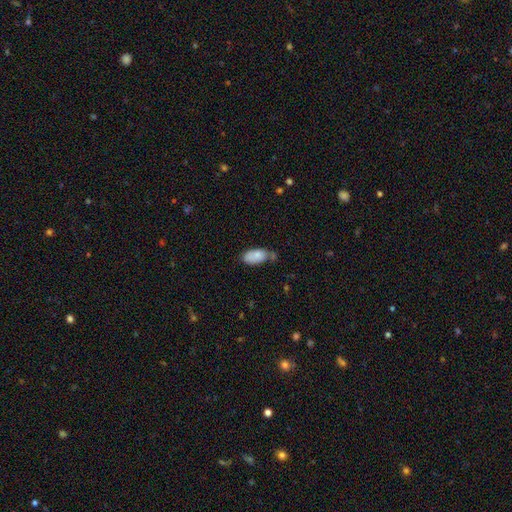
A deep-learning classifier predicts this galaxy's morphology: smooth 81%, featured or disk 11%, star or artifact 7%. Down the decision tree: how rounded — in between (92%); merging — none (52%).